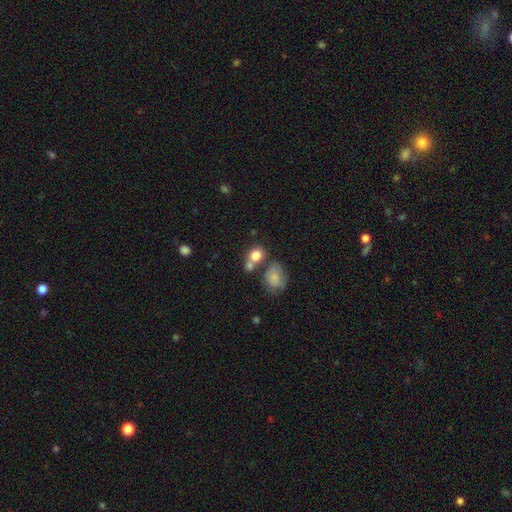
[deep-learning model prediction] A smooth galaxy with no disk features (79%) that is round (58%). Merging: none (43%).